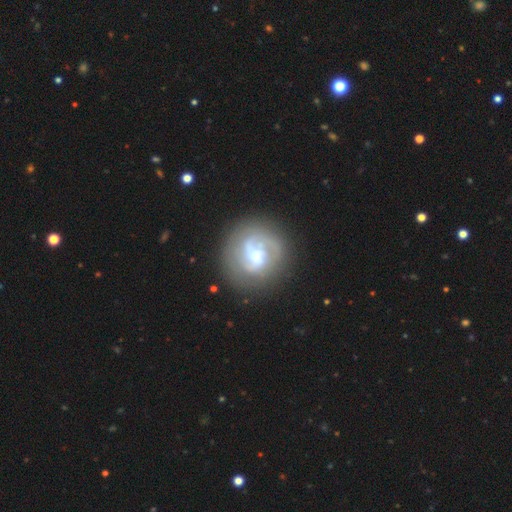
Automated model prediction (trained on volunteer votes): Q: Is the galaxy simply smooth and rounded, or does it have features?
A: featured or disk — 80%.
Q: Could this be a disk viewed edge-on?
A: no — 98%.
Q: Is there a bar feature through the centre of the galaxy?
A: weak — 48%.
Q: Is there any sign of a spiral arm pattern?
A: yes — 93%.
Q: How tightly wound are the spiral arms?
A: medium — 41%.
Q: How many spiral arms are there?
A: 2 — 55%.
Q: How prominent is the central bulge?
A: moderate — 52%.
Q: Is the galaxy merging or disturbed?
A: none — 78%.